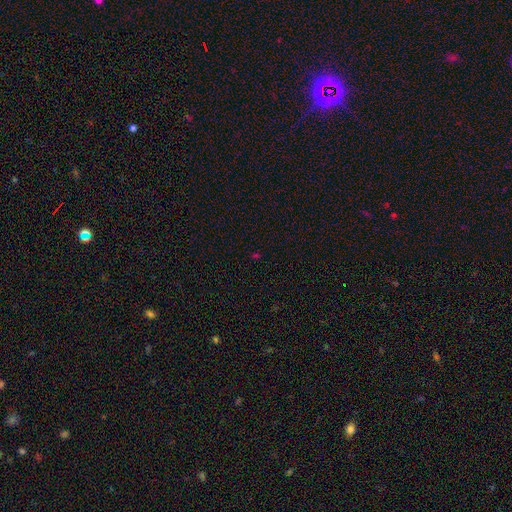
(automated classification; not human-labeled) Smooth or featured?
  - star or artifact: 62% *
  - smooth: 32%
  - featured or disk: 7%